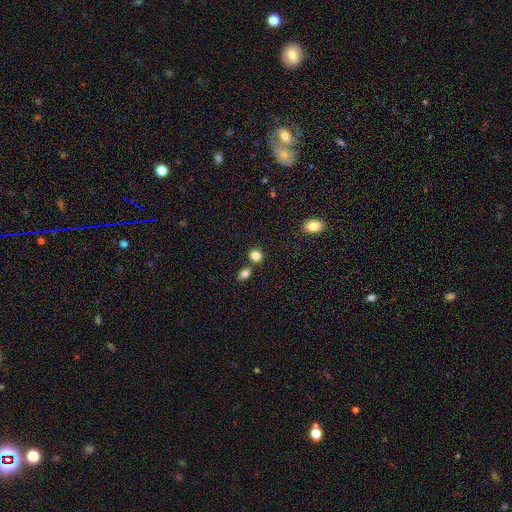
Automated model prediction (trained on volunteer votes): Smooth or featured? Predicted: smooth (p=0.85). How rounded? Predicted: round (p=0.72). Merging? Predicted: none (p=0.71).